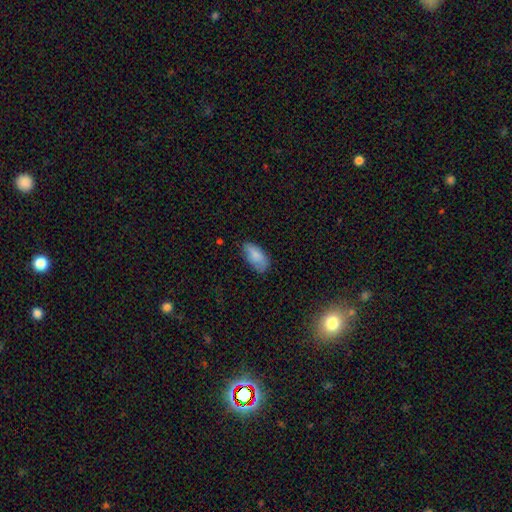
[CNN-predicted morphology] smooth_or_featured: smooth (p=0.84) [alt: featured or disk p=0.10]
how_rounded: in between (p=0.92) [alt: cigar-shaped p=0.05]
merging: none (p=0.67) [alt: minor disturbance p=0.26]